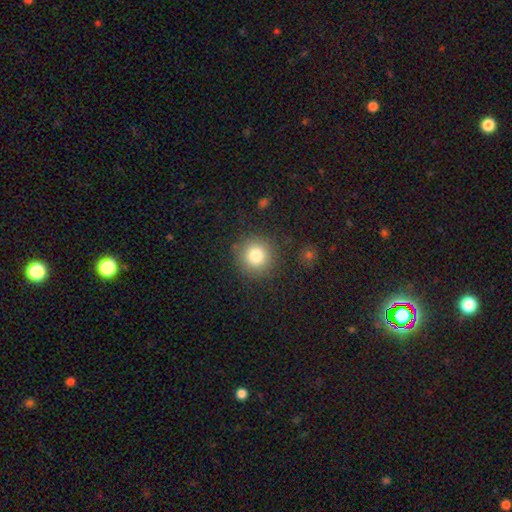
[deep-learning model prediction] This appears to be a smooth galaxy with no disk features (81%) that is round (93%). Merging: none (86%).